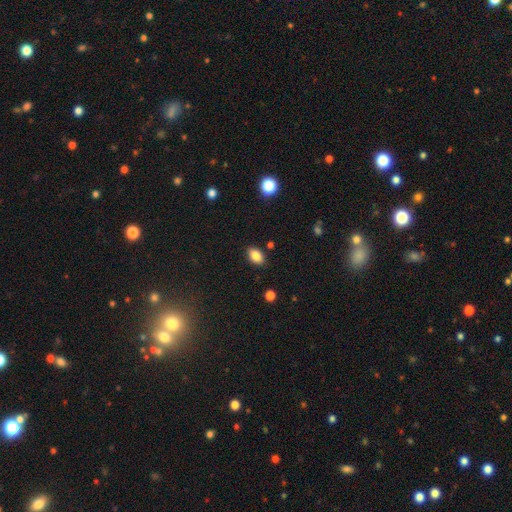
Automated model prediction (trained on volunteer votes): A smooth galaxy with no disk features (85%) that is in between round and cigar-shaped (86%). Merging: none (86%).